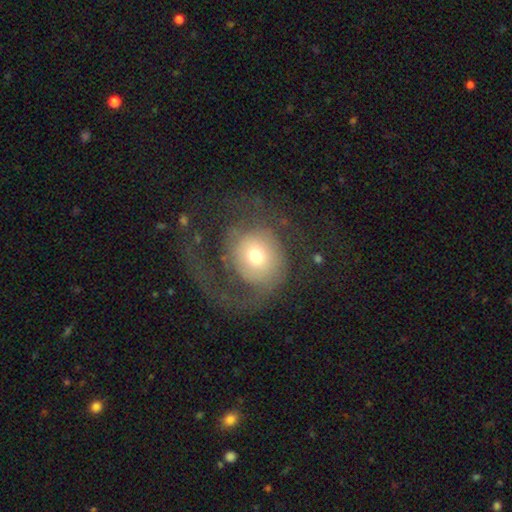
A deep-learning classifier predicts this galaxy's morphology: smooth-or-featured: smooth: 48% | featured or disk: 42% | star or artifact: 10%
  merging: major disturbance: 49% | none: 36% | minor disturbance: 13% | merger: 2%